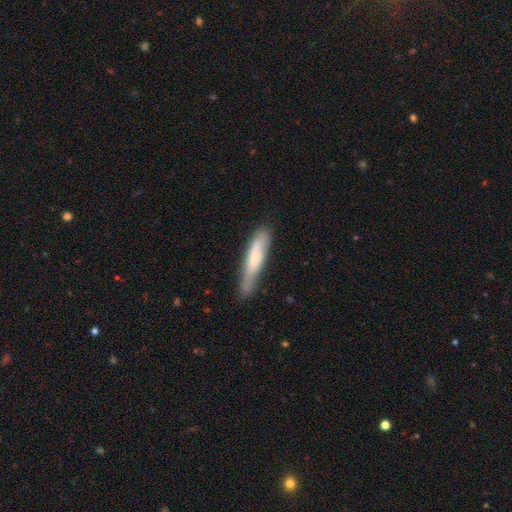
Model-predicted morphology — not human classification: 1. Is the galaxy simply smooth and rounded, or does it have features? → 61% smooth, 33% featured or disk, 6% star or artifact.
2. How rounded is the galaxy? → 87% cigar-shaped, 12% in between, 1% round.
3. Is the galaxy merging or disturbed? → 67% none, 25% minor disturbance, 6% major disturbance, 3% merger.